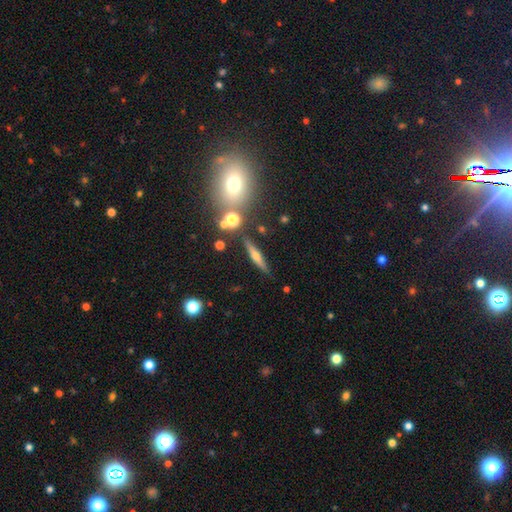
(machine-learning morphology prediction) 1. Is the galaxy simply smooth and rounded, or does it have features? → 55% featured or disk, 33% smooth, 12% star or artifact.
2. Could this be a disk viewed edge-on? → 93% yes, 7% no.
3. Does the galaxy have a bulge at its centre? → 86% rounded, 9% none, 5% boxy.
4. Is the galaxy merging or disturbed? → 85% none, 8% minor disturbance, 4% merger, 3% major disturbance.